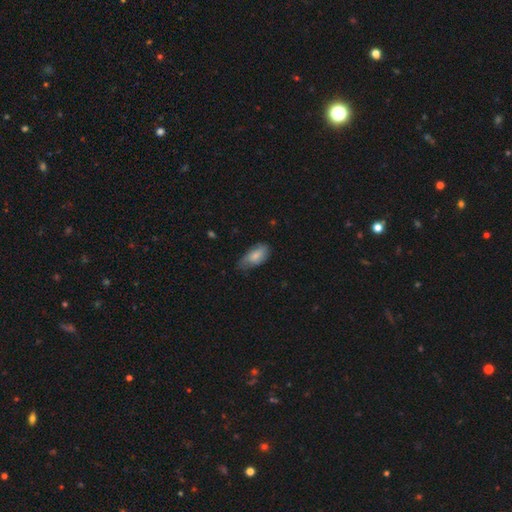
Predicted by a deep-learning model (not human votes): A smooth galaxy with no disk features (78%) that is in between round and cigar-shaped (90%).

Vote fractions:
- Smooth or featured? smooth: 78% / featured or disk: 16% / star or artifact: 7%
- How rounded? in between: 90% / cigar-shaped: 7% / round: 3%
- Merging? none: 50% / minor disturbance: 40% / major disturbance: 9% / merger: 2%